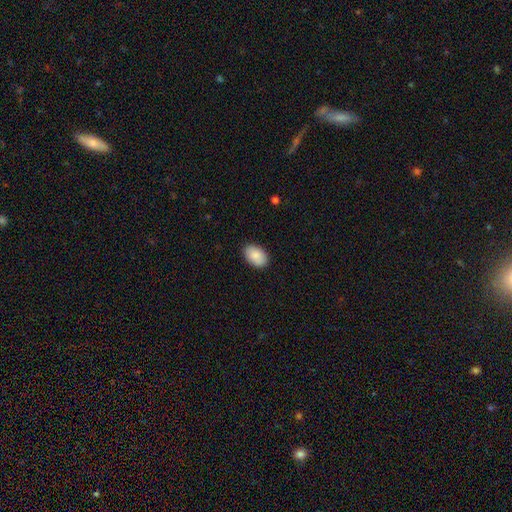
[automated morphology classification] A smooth galaxy with no disk features (89%) that is in between round and cigar-shaped (91%). Merging: none (88%).